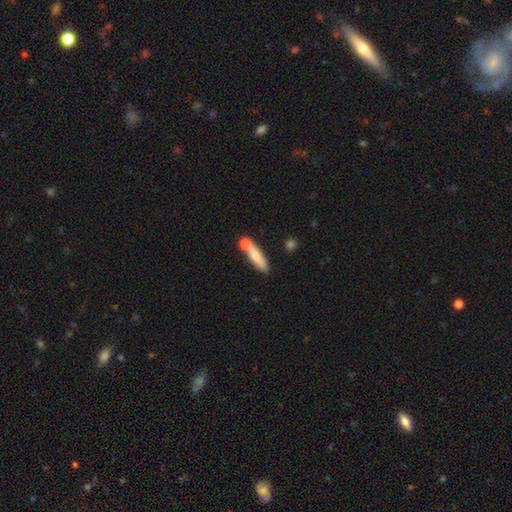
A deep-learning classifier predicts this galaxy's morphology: Overall: smooth (70%). How rounded: cigar-shaped (78%). Merging: none (57%; merger 24%).